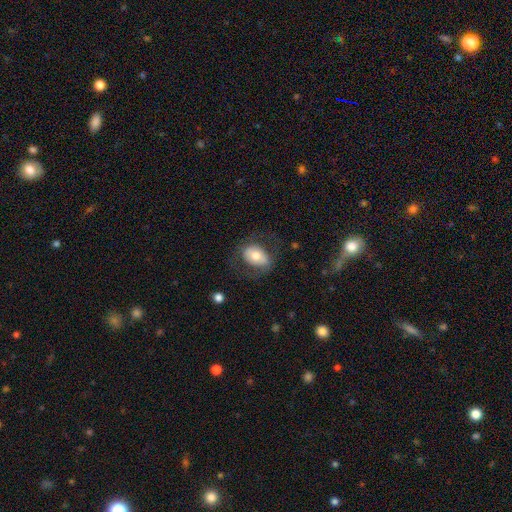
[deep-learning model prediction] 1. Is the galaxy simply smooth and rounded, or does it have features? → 61% smooth, 32% featured or disk, 7% star or artifact.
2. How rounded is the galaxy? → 71% in between, 28% round, 1% cigar-shaped.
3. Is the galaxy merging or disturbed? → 68% none, 17% minor disturbance, 14% major disturbance, 1% merger.